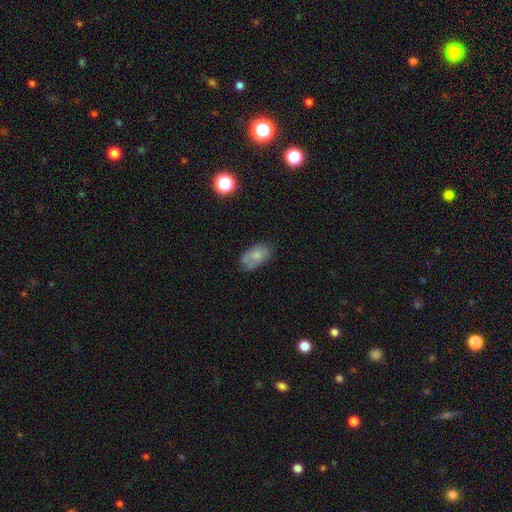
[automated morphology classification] The model was most divided on "merging": none: 56%, minor disturbance: 27%, major disturbance: 9%, merger: 8%. More confident: how rounded — in between (90%); smooth or featured — smooth (71%).